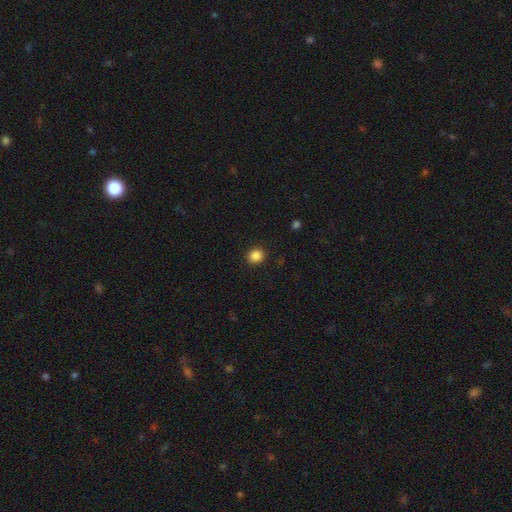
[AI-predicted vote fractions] A smooth galaxy with no disk features (86%) that is round (85%).

Vote fractions:
- Smooth or featured? smooth: 86% / star or artifact: 11% / featured or disk: 3%
- How rounded? round: 85% / in between: 15% / cigar-shaped: 1%
- Merging? none: 91% / minor disturbance: 6% / major disturbance: 2% / merger: 1%